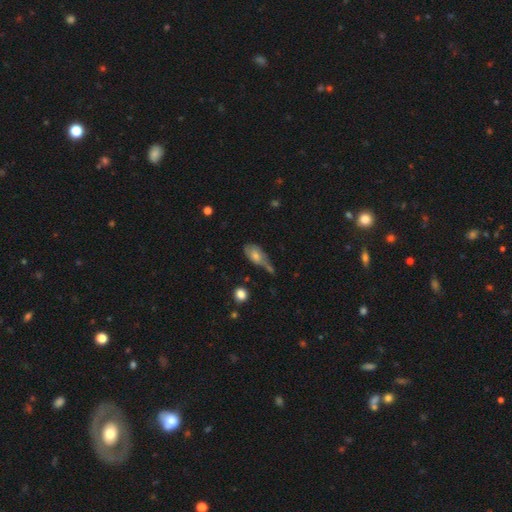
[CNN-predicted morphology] This appears to be a smooth galaxy with no disk features (57%) that is in between round and cigar-shaped (82%). Merging: none (35%).